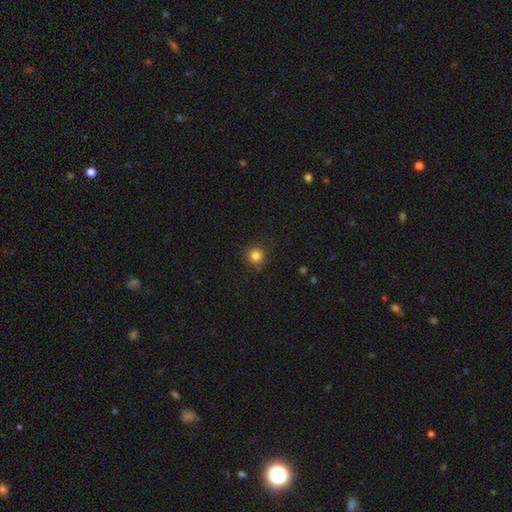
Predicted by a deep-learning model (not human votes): Smooth or featured?
  - smooth: 82% *
  - star or artifact: 12%
  - featured or disk: 5%
How rounded?
  - round: 94% *
  - in between: 5%
  - cigar-shaped: 1%
Merging?
  - none: 86% *
  - minor disturbance: 10%
  - major disturbance: 3%
  - merger: 2%